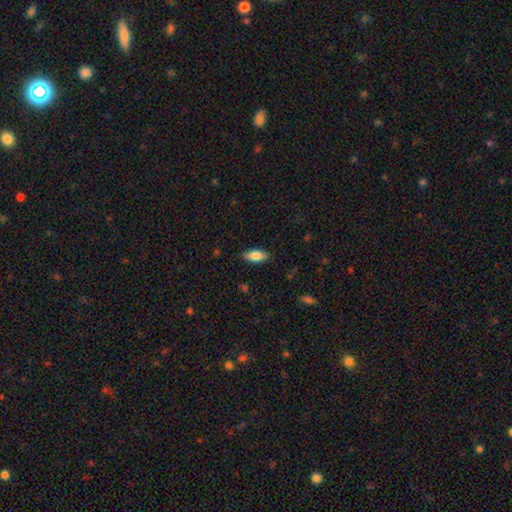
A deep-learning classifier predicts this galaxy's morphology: Smooth or featured?
  - smooth: 81% *
  - featured or disk: 13%
  - star or artifact: 7%
How rounded?
  - in between: 82% *
  - cigar-shaped: 16%
  - round: 2%
Merging?
  - none: 87% *
  - minor disturbance: 10%
  - major disturbance: 2%
  - merger: 1%